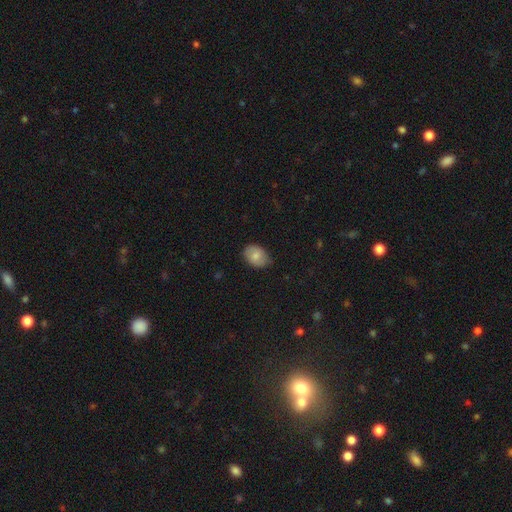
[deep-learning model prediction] Morphology: type=smooth (80%); roundness=in between (68%); merging=none (75%).